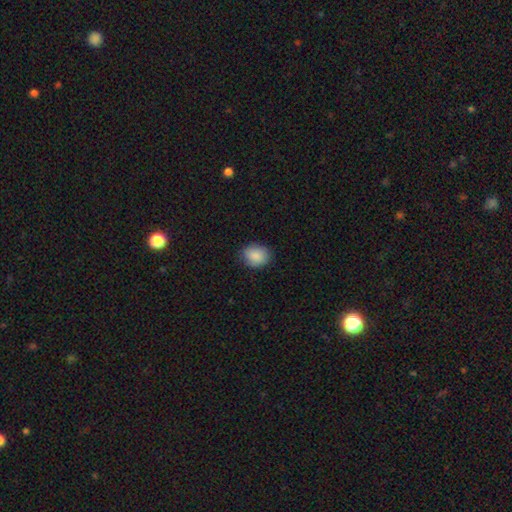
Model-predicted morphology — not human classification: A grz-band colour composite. It shows a smooth galaxy with no disk features (88%) that is round (55%). Merging: none (81%).